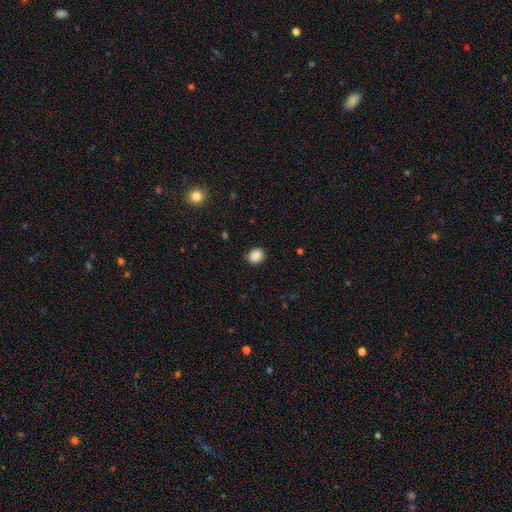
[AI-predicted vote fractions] smooth-or-featured: smooth: 88% | star or artifact: 9% | featured or disk: 3%
  how-rounded: round: 56% | in between: 43% | cigar-shaped: 1%
  merging: none: 85% | minor disturbance: 11% | major disturbance: 3% | merger: 1%